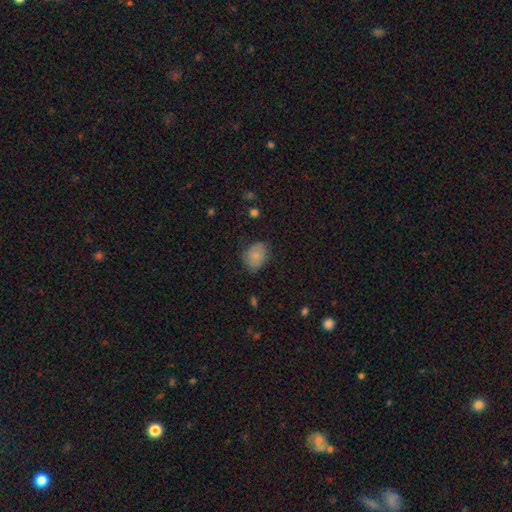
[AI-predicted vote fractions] Overall: smooth (70%). How rounded: in between (55%; round 44%). Merging: none (66%; minor disturbance 26%).